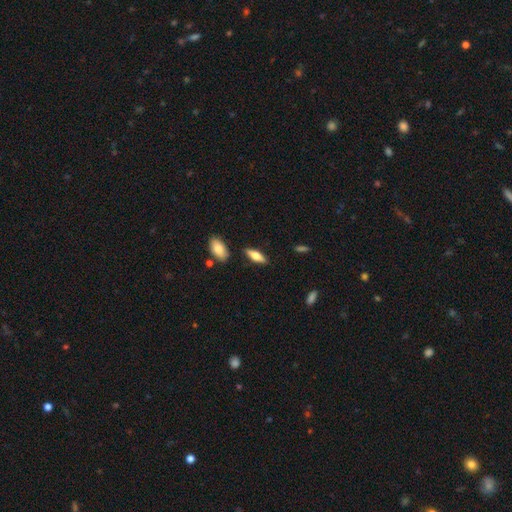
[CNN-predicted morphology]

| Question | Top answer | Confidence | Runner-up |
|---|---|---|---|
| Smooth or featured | smooth | 63% | featured or disk (31%) |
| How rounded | in between | 60% | cigar-shaped (37%) |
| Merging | none | 83% | minor disturbance (11%) |